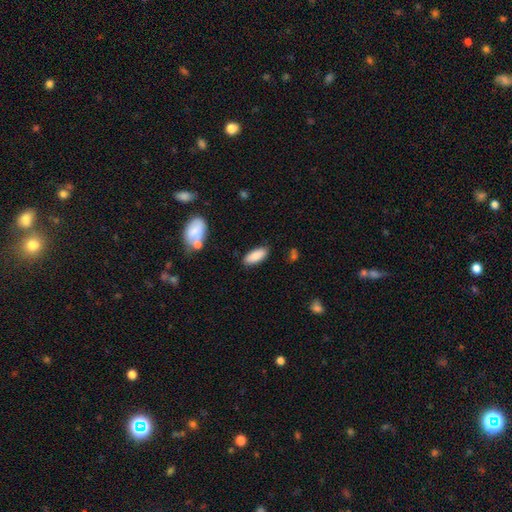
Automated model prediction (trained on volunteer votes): The model was most divided on "how rounded": in between: 82%, cigar-shaped: 17%, round: 2%. More confident: smooth or featured — smooth (86%); merging — none (83%).